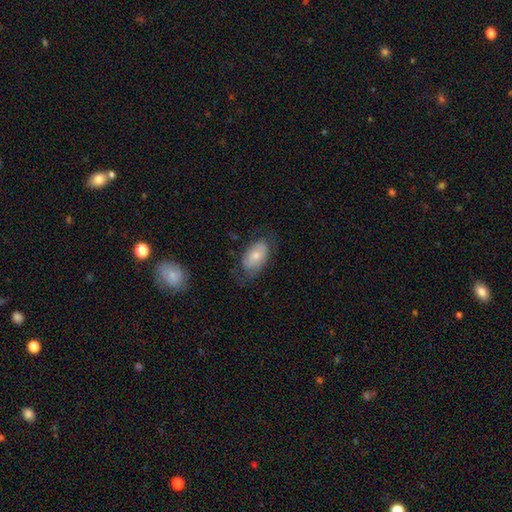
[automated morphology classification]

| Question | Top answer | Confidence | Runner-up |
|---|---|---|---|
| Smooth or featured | smooth | 63% | featured or disk (30%) |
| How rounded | in between | 92% | round (6%) |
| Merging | none | 60% | minor disturbance (26%) |